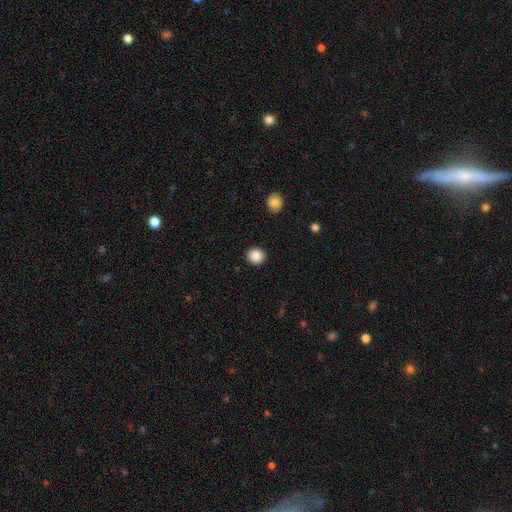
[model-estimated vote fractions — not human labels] Smooth or featured: smooth — 88% (star or artifact — 9%)
How rounded: round — 89% (in between — 10%)
Merging: none — 92% (minor disturbance — 5%)